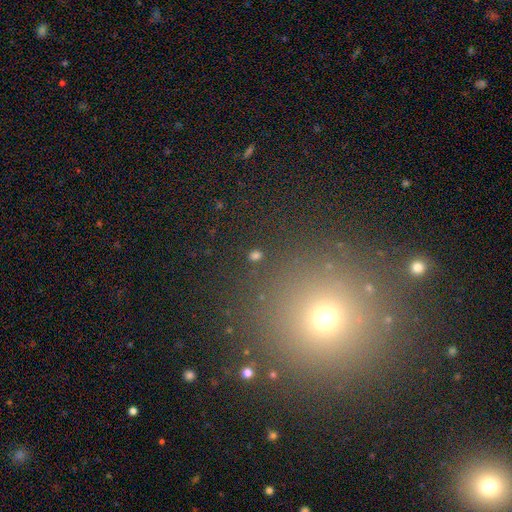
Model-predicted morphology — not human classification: Smooth or featured? Predicted: smooth (p=0.65). How rounded? Predicted: round (p=0.66). Merging? Predicted: none (p=0.85).